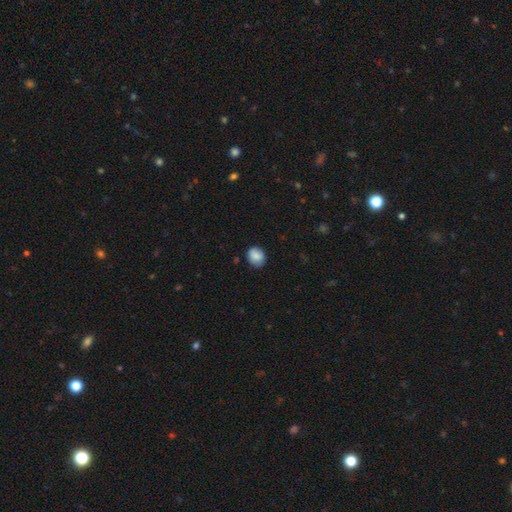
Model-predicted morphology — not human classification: smooth_or_featured: smooth (p=0.83) [alt: featured or disk p=0.09]
how_rounded: round (p=0.71) [alt: in between p=0.28]
merging: none (p=0.78) [alt: minor disturbance p=0.17]